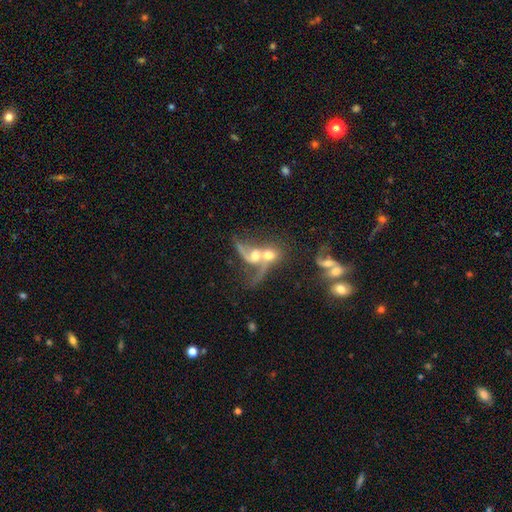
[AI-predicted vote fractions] This appears to be a featured or disk galaxy (64%) with no bar (64%), spiral arms (76%) and a moderate central bulge (53%). Merging: merger (70%).